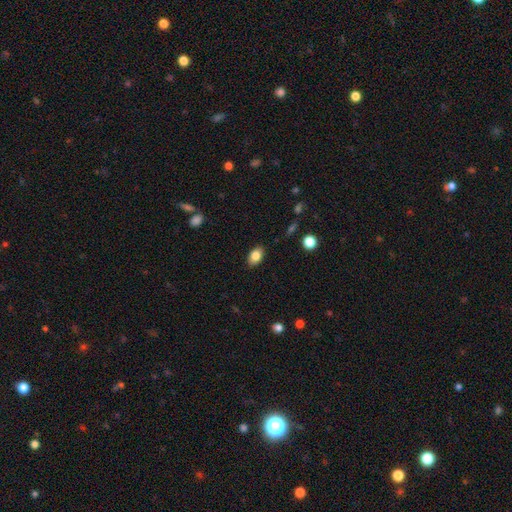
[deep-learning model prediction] Morphology: type=smooth (84%); roundness=in between (87%); merging=none (87%).